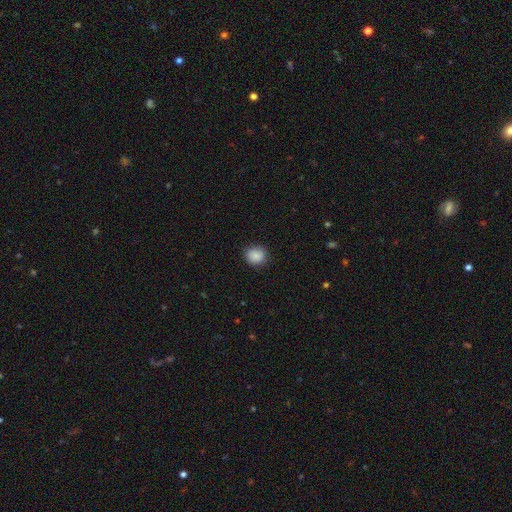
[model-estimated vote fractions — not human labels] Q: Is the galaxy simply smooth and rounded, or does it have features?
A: smooth — 88%.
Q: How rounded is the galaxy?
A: round — 80%.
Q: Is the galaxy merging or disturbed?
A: none — 86%.